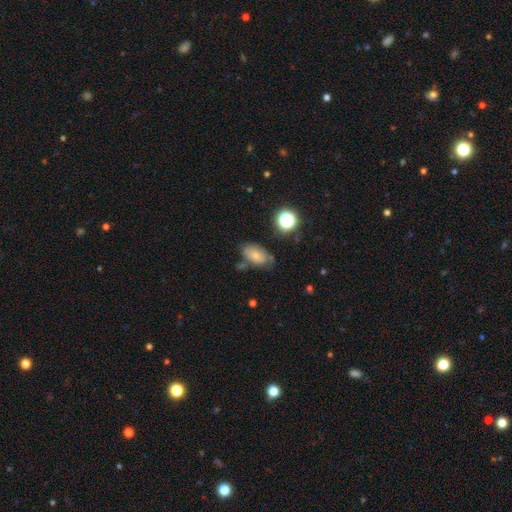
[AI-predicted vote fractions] This appears to be a smooth galaxy with no disk features (67%) that is in between round and cigar-shaped (90%). Merging: none (54%).